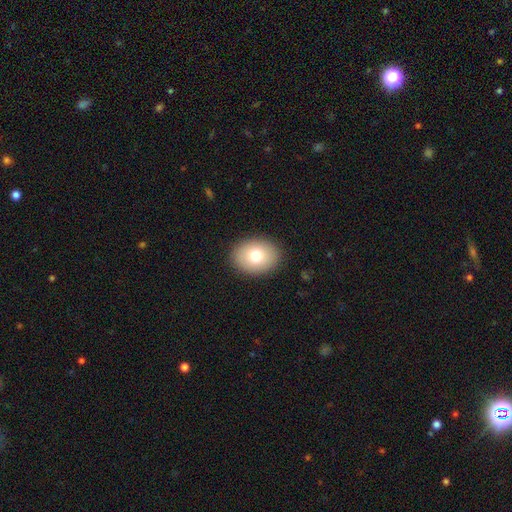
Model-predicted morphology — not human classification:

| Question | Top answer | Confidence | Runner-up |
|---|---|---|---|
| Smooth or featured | smooth | 76% | featured or disk (15%) |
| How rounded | in between | 64% | round (35%) |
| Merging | none | 90% | minor disturbance (7%) |